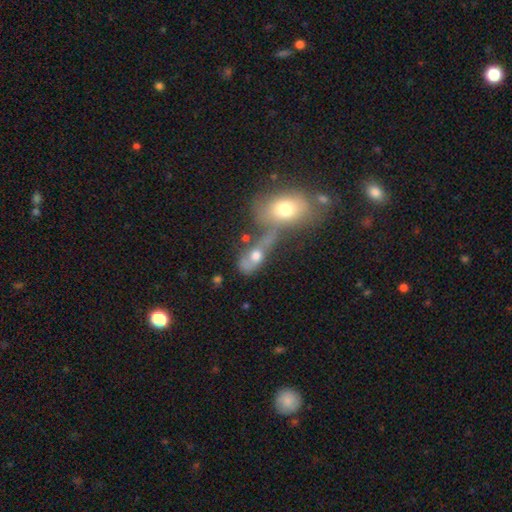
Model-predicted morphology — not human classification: smooth 52%, featured or disk 35%, star or artifact 13%. Down the decision tree: how rounded — in between (75%); merging — merger (52%).